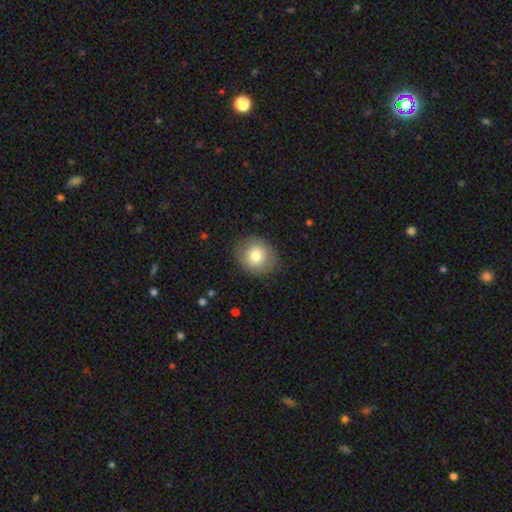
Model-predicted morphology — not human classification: Smooth or featured? Predicted: smooth (p=0.78). How rounded? Predicted: round (p=0.81). Merging? Predicted: none (p=0.86).